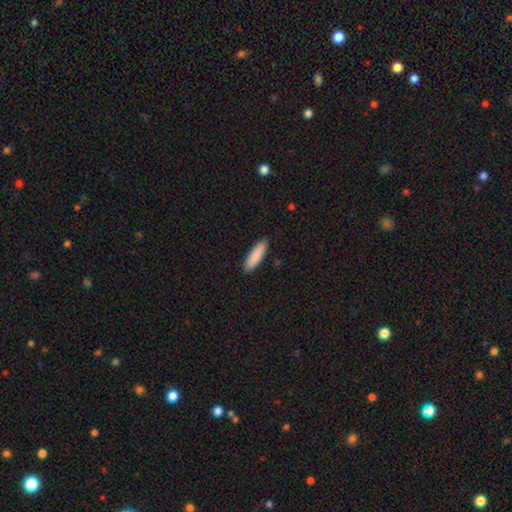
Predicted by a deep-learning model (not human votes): smooth_or_featured: smooth (p=0.89) [alt: featured or disk p=0.06]
how_rounded: cigar-shaped (p=0.56) [alt: in between p=0.43]
merging: none (p=0.89) [alt: minor disturbance p=0.09]